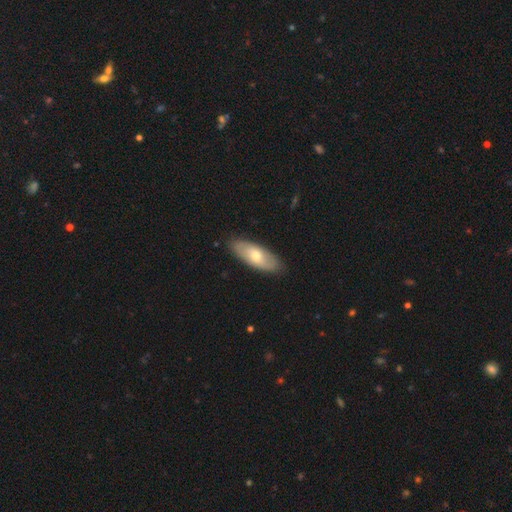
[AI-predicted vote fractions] smooth 59%, featured or disk 35%, star or artifact 5%. Down the decision tree: how rounded — in between (79%); merging — none (87%).